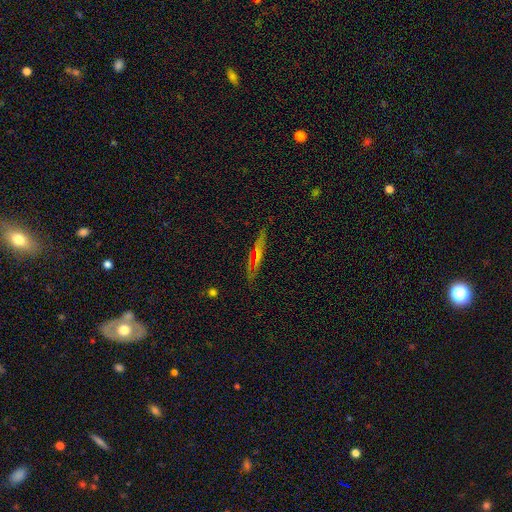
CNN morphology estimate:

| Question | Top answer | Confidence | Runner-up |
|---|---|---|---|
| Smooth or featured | smooth | 48% | featured or disk (35%) |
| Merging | none | 84% | minor disturbance (12%) |